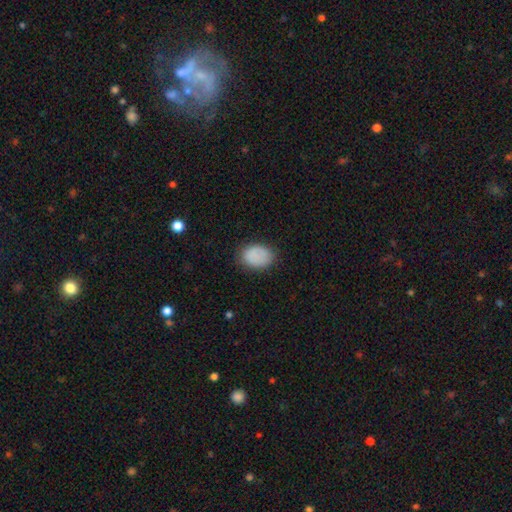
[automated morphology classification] smooth_or_featured: smooth (p=0.86) [alt: star or artifact p=0.08]
how_rounded: in between (p=0.74) [alt: round p=0.25]
merging: none (p=0.78) [alt: minor disturbance p=0.16]